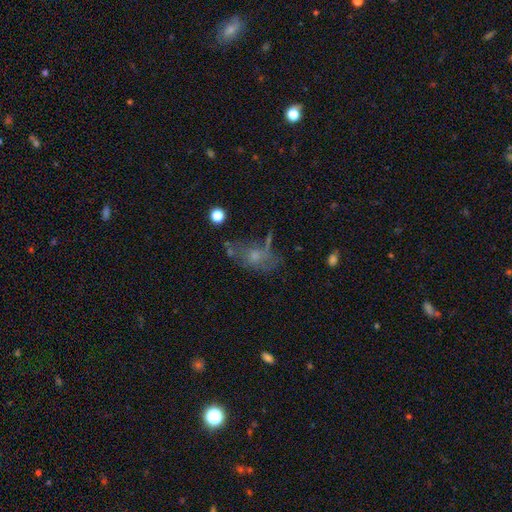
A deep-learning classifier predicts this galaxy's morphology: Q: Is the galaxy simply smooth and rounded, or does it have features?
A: smooth — 44%.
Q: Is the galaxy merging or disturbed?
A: none — 40%.